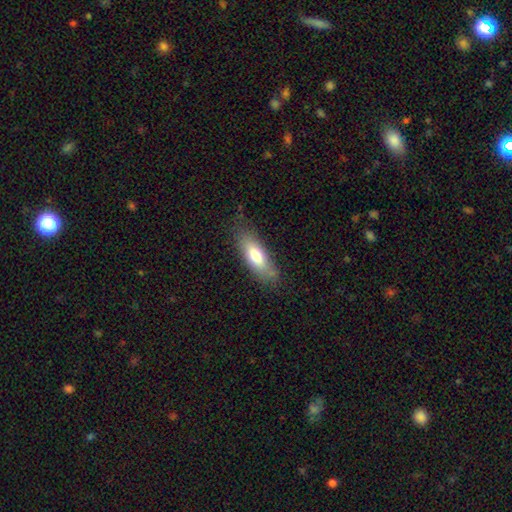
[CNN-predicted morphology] A smooth galaxy with no disk features (74%) that is in between round and cigar-shaped (64%).

Vote fractions:
- Smooth or featured? smooth: 74% / featured or disk: 20% / star or artifact: 6%
- How rounded? in between: 64% / cigar-shaped: 34% / round: 2%
- Merging? none: 74% / minor disturbance: 19% / major disturbance: 5% / merger: 2%